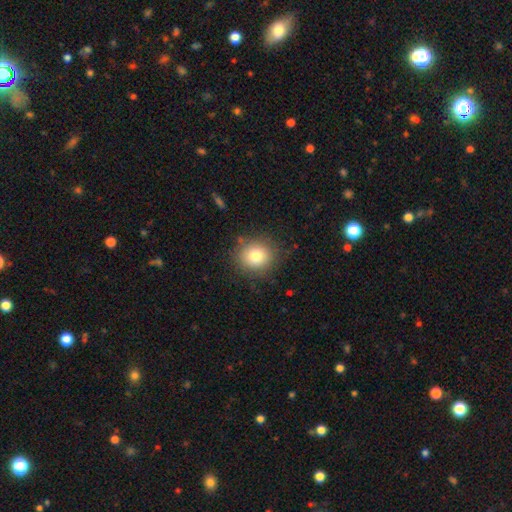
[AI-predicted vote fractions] smooth_or_featured: smooth (p=0.79) [alt: star or artifact p=0.11]
how_rounded: round (p=0.84) [alt: in between p=0.15]
merging: none (p=0.86) [alt: minor disturbance p=0.09]